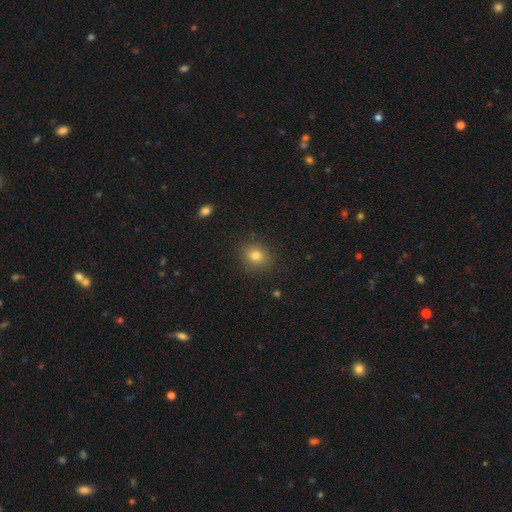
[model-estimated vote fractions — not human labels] Smooth or featured? smooth (81%)
How rounded? round (76%)
Merging? none (89%)